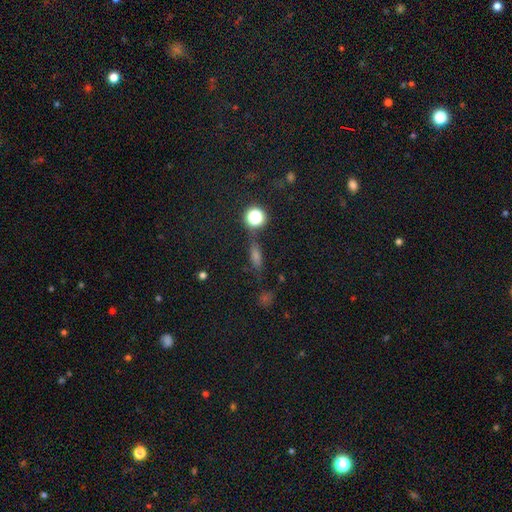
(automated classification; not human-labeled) The model was most divided on "smooth or featured": smooth: 48%, star or artifact: 30%, featured or disk: 23%. More confident: merging — none (72%).